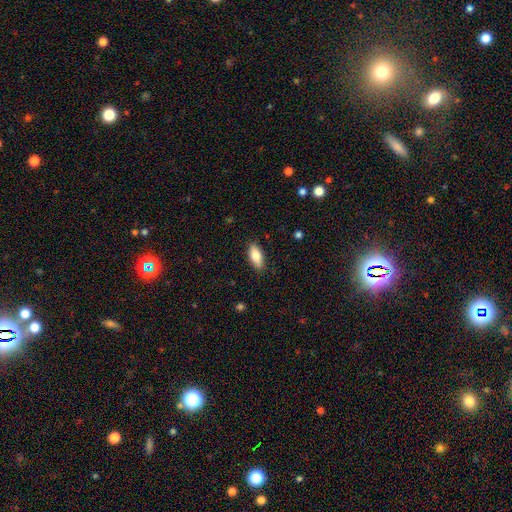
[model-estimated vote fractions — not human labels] Q: Smooth or featured?
A: smooth (80%); runner-up: featured or disk (14%)
Q: How rounded?
A: in between (82%); runner-up: cigar-shaped (15%)
Q: Merging?
A: none (86%); runner-up: minor disturbance (11%)